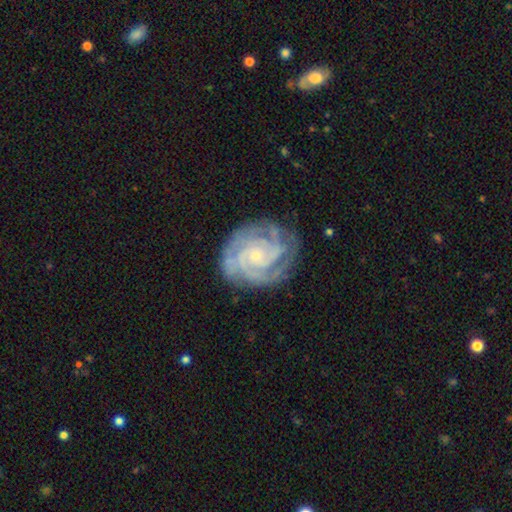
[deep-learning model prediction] A featured or disk galaxy (90%) with no bar (74%), 3 (31%) tight (76%) spiral arms (98%) and a small central bulge (80%). Merging: none (77%).